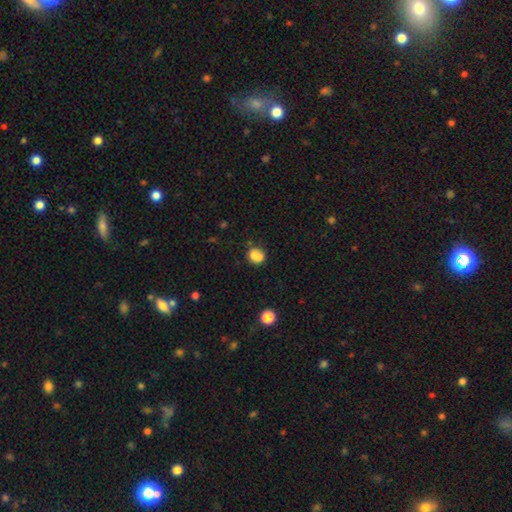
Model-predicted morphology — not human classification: Smooth or featured: smooth — 76% (featured or disk — 13%)
How rounded: round — 71% (in between — 28%)
Merging: none — 45% (merger — 31%)